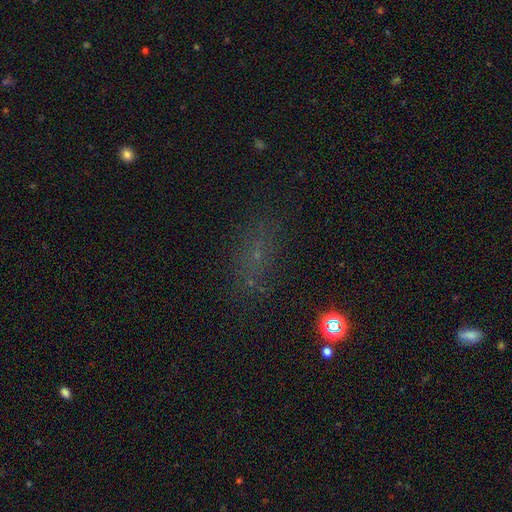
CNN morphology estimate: Smooth or featured?
  - smooth: 47% *
  - star or artifact: 35%
  - featured or disk: 18%
Merging?
  - none: 67% *
  - minor disturbance: 18%
  - major disturbance: 11%
  - merger: 3%